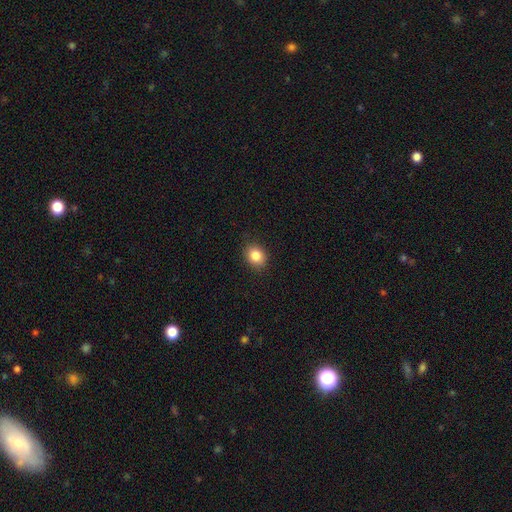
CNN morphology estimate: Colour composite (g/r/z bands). It shows a smooth galaxy with no disk features (84%) that is in between round and cigar-shaped (51%). Merging: none (88%).